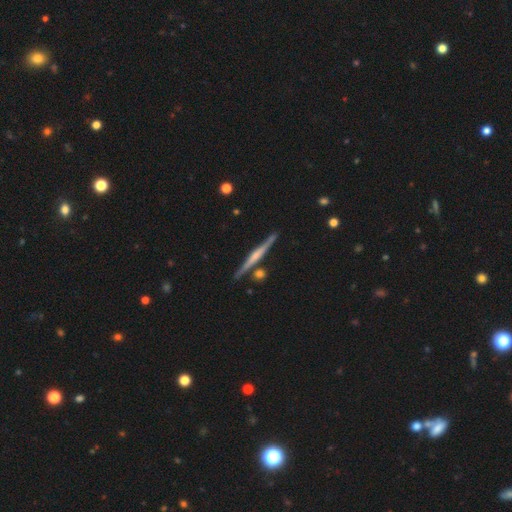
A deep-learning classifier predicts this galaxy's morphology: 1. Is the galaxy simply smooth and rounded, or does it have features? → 68% featured or disk, 27% smooth, 5% star or artifact.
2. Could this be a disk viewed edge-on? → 98% yes, 2% no.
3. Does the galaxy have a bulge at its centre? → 43% rounded, 37% none, 20% boxy.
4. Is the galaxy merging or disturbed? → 85% none, 8% minor disturbance, 5% merger, 2% major disturbance.